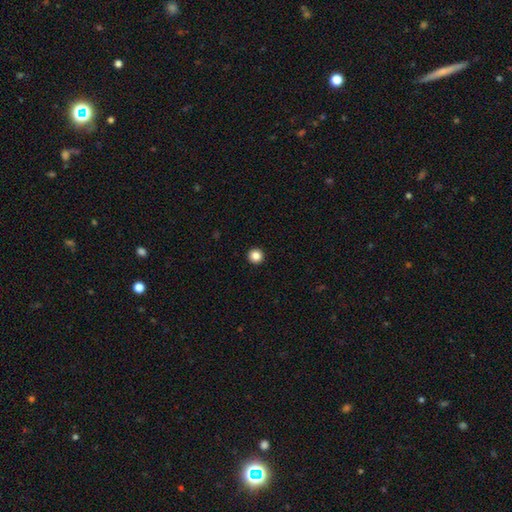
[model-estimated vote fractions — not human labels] Smooth or featured: smooth — 85% (star or artifact — 11%)
How rounded: round — 96% (in between — 3%)
Merging: none — 94% (minor disturbance — 3%)